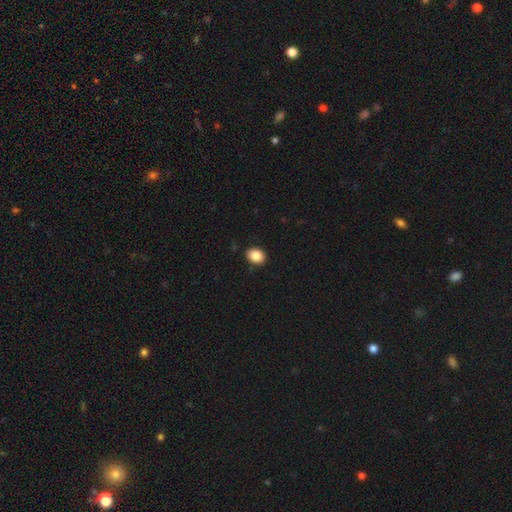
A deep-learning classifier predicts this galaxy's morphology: smooth_or_featured: smooth (p=0.88) [alt: star or artifact p=0.08]
how_rounded: in between (p=0.68) [alt: round p=0.32]
merging: none (p=0.89) [alt: minor disturbance p=0.08]